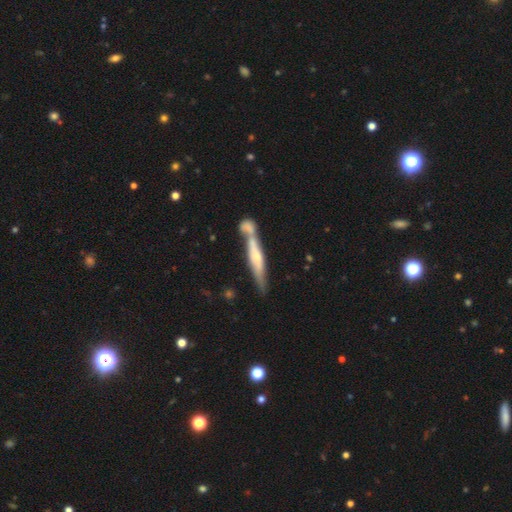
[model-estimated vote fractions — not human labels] Smooth or featured? featured or disk (55%)
Edge-on disk? yes (85%)
Merging? merger (42%)